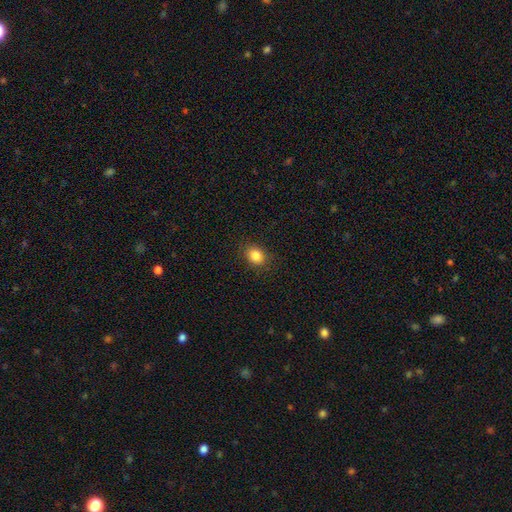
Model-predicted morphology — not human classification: Smooth or featured: smooth — 85% (star or artifact — 10%)
How rounded: in between — 52% (round — 47%)
Merging: none — 86% (minor disturbance — 10%)